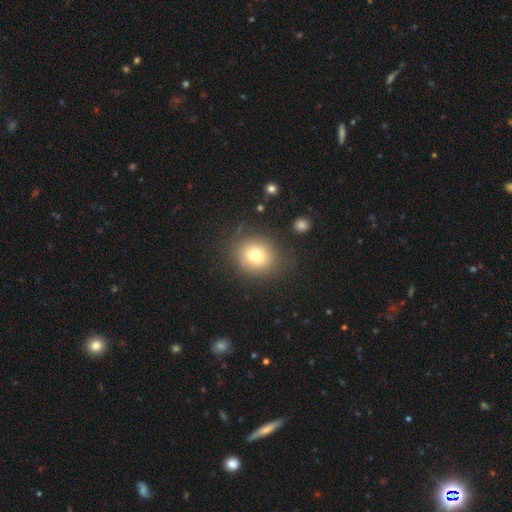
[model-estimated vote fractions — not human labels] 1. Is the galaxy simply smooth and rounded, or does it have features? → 73% smooth, 13% star or artifact, 13% featured or disk.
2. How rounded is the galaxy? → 85% round, 14% in between, 1% cigar-shaped.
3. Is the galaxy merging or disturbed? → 79% none, 13% minor disturbance, 6% major disturbance, 2% merger.